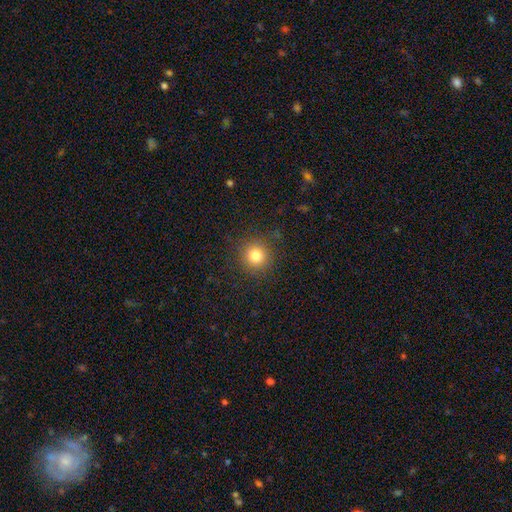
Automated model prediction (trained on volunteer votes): A smooth galaxy with no disk features (81%) that is round (93%). Merging: none (88%).